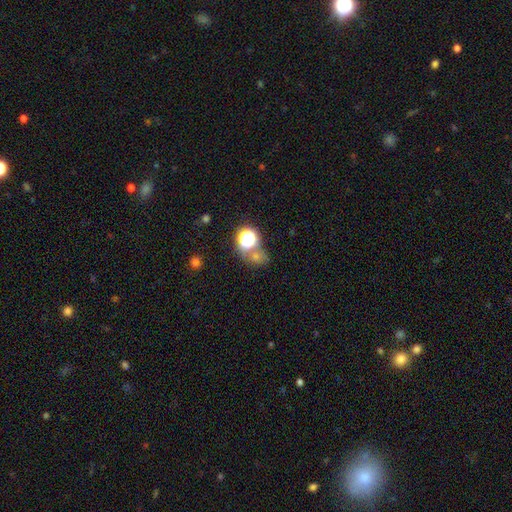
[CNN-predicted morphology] type=star or artifact (53%).